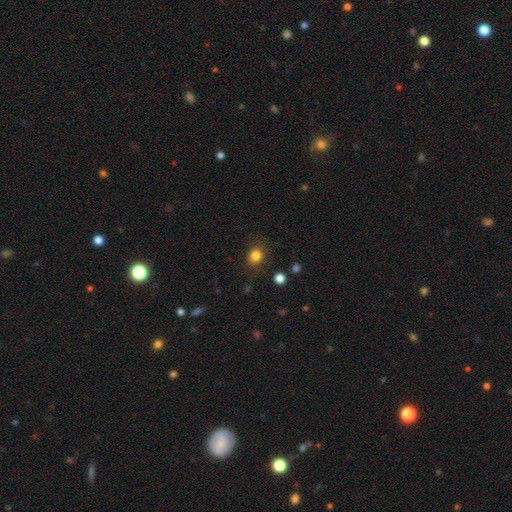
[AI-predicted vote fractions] Overall: smooth (83%). How rounded: round (73%). Merging: none (84%).